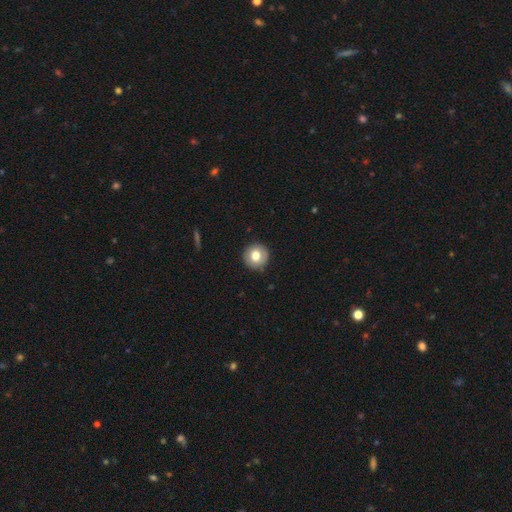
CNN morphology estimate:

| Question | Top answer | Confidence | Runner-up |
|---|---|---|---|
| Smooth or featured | smooth | 75% | featured or disk (16%) |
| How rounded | round | 94% | in between (5%) |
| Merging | none | 90% | minor disturbance (7%) |